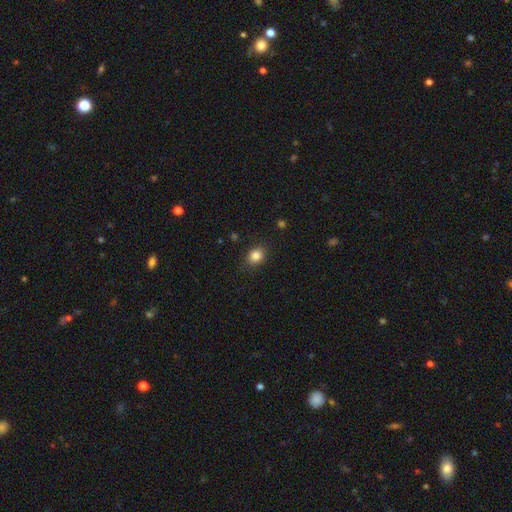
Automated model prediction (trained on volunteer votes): Morphology: type=smooth (85%); roundness=round (53%); merging=none (86%).